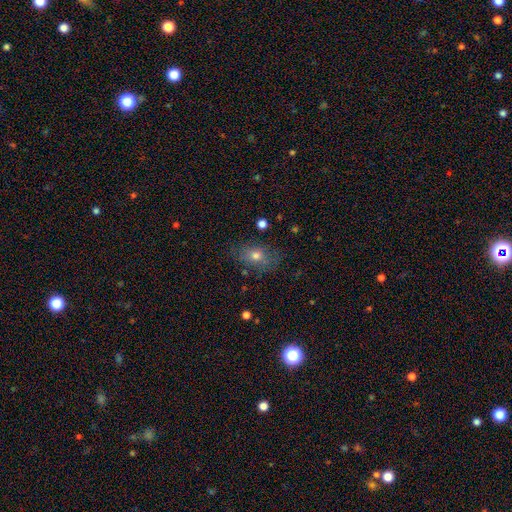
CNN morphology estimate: Smooth or featured? Predicted: smooth (p=0.66). How rounded? Predicted: in between (p=0.75). Merging? Predicted: none (p=0.76).